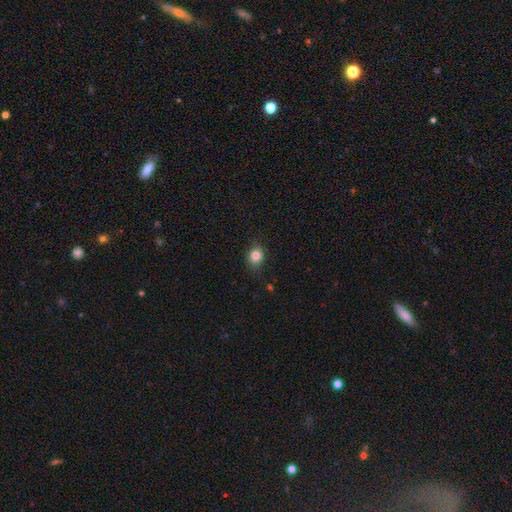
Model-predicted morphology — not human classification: The model was most divided on "how rounded": round: 61%, in between: 37%, cigar-shaped: 1%. More confident: smooth or featured — smooth (83%); merging — none (81%).